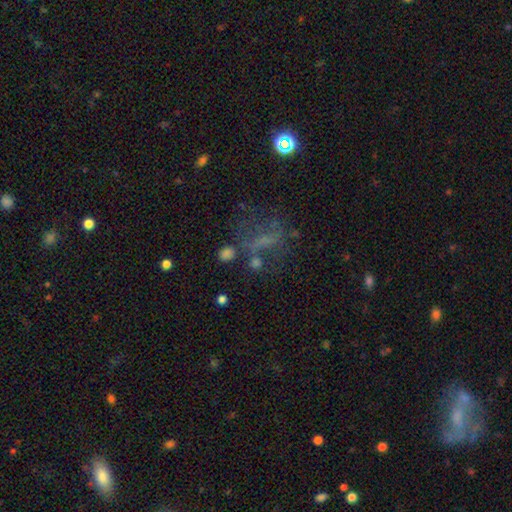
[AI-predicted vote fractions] featured or disk 35%, smooth 33%, star or artifact 32%. Down the decision tree: merging — none (44%).